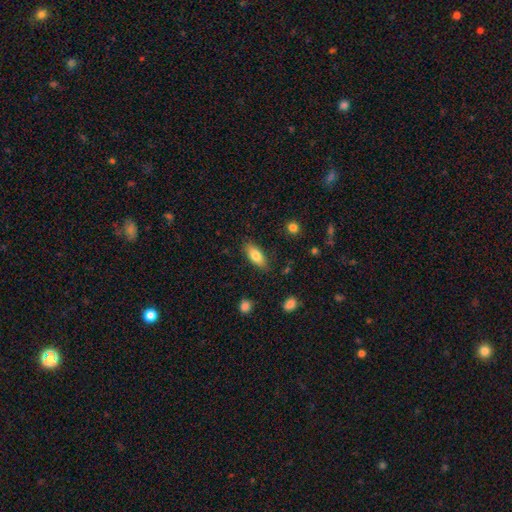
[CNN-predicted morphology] This is likely a smooth galaxy (78%). How rounded: likely in between (78%). Merging: clearly none (84%).